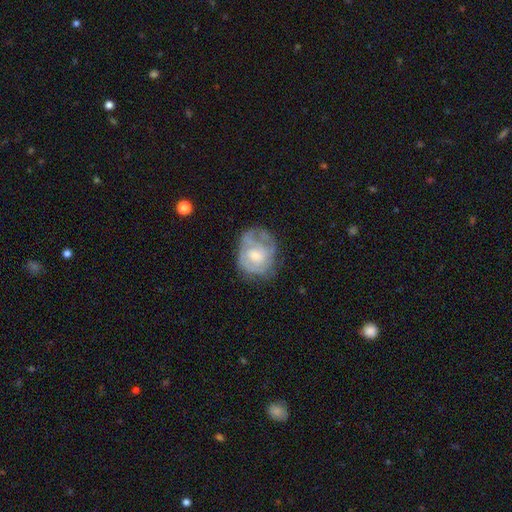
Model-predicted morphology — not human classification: A featured or disk galaxy (63%) with no bar (71%), spiral arms (58%) and a small central bulge (47%).

Vote fractions:
- Smooth or featured? featured or disk: 63% / smooth: 30% / star or artifact: 7%
- Edge-on disk? no: 97% / yes: 3%
- Bar? no: 71% / weak: 25% / strong: 4%
- Spiral arms? yes: 58% / no: 42%
- Bulge size? small: 47% / moderate: 43% / none: 5% / large: 4% / dominant: 1%
- Merging? none: 43% / minor disturbance: 29% / major disturbance: 25% / merger: 3%